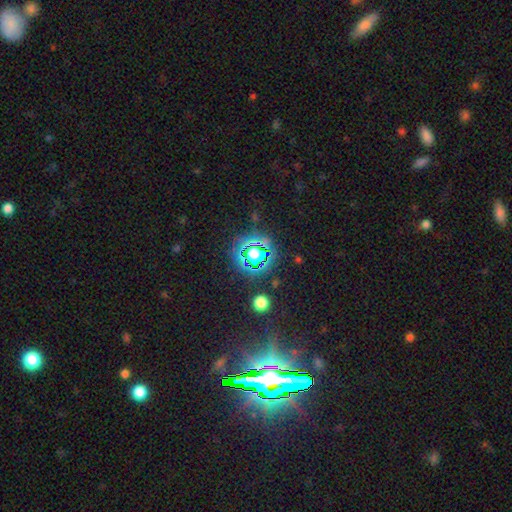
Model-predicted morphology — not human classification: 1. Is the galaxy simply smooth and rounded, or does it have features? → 65% star or artifact, 24% smooth, 11% featured or disk.